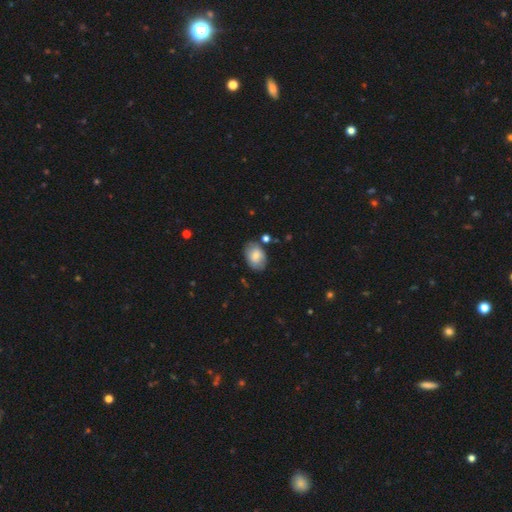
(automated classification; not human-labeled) Q: Smooth or featured?
A: smooth (74%); runner-up: featured or disk (19%)
Q: How rounded?
A: in between (81%); runner-up: round (18%)
Q: Merging?
A: none (75%); runner-up: minor disturbance (17%)